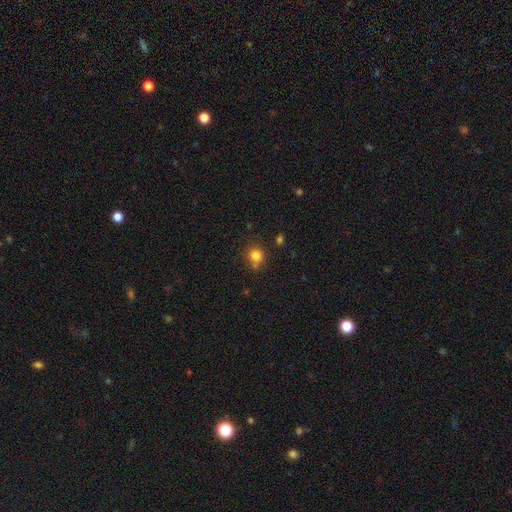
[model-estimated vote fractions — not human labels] This is clearly a smooth galaxy (81%). How rounded: clearly round (83%). Merging: likely none (71%).